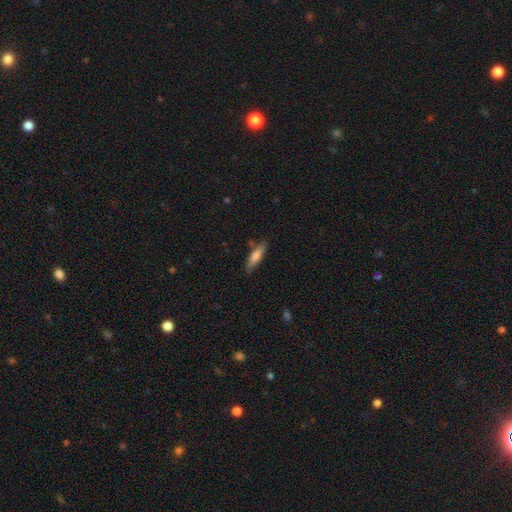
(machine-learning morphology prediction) smooth_or_featured: smooth (p=0.73) [alt: featured or disk p=0.21]
how_rounded: cigar-shaped (p=0.70) [alt: in between p=0.28]
merging: none (p=0.78) [alt: minor disturbance p=0.15]